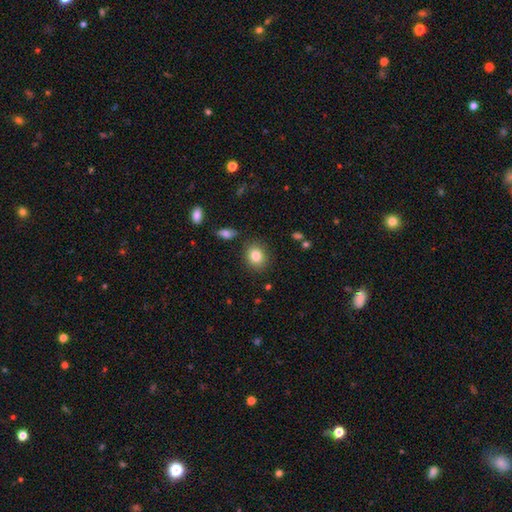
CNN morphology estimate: The model was most divided on "how rounded": round: 61%, in between: 38%, cigar-shaped: 1%. More confident: merging — none (86%); smooth or featured — smooth (83%).